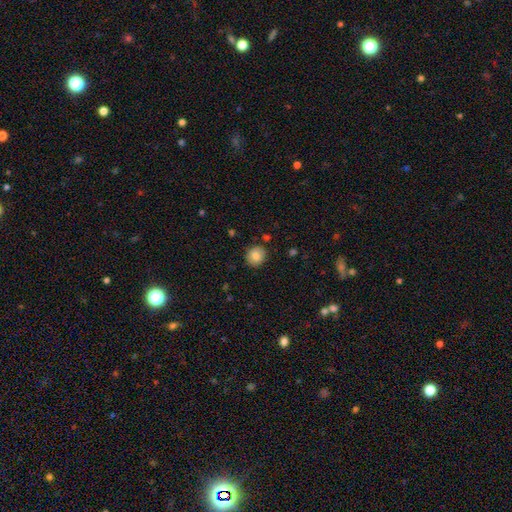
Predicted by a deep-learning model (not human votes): This appears to be a smooth galaxy with no disk features (81%) that is round (85%). Merging: none (87%).